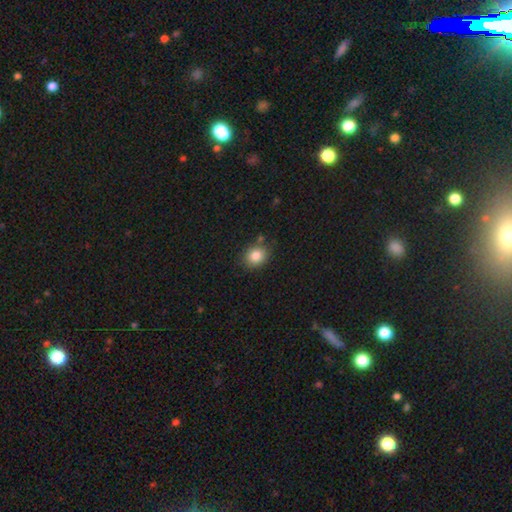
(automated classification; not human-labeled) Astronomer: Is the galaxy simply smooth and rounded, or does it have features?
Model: smooth — 84%.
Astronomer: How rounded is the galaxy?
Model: round — 67%.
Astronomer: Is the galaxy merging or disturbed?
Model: none — 81%.